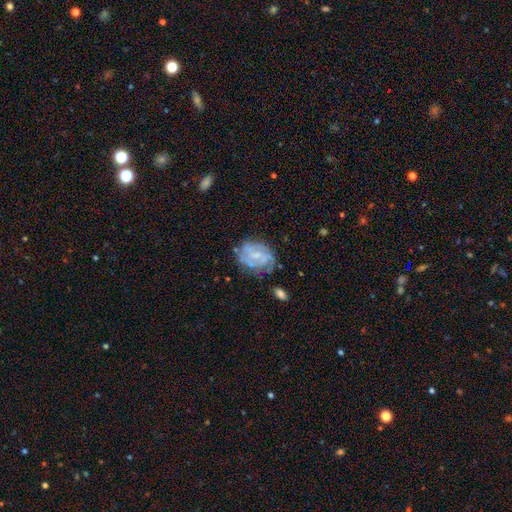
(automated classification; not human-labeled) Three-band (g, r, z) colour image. It shows a featured or disk galaxy (77%) with a weak bar (48%), tight (49%) spiral arms (87%) and a small central bulge (56%). Merging: none (65%).